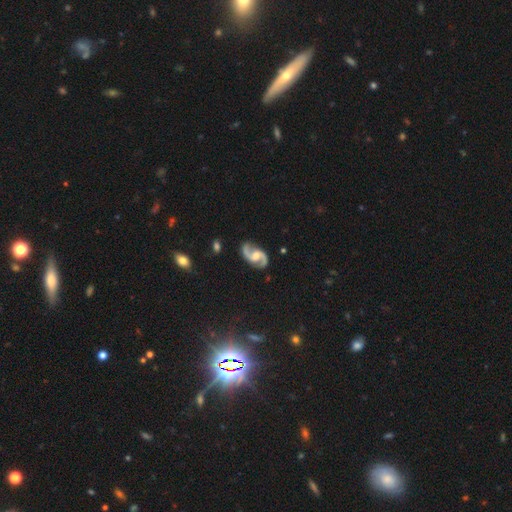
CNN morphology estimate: smooth_or_featured: featured or disk (p=0.93) [alt: star or artifact p=0.04]
disk_edge_on: no (p=0.98) [alt: yes p=0.02]
bar: weak (p=0.45) [alt: no p=0.42]
has_spiral_arms: yes (p=0.98) [alt: no p=0.02]
spiral_winding: medium (p=0.52) [alt: loose p=0.37]
spiral_arm_count: 2 (p=0.95) [alt: can't tell p=0.01]
bulge_size: moderate (p=0.52) [alt: small p=0.26]
merging: none (p=0.83) [alt: minor disturbance p=0.12]